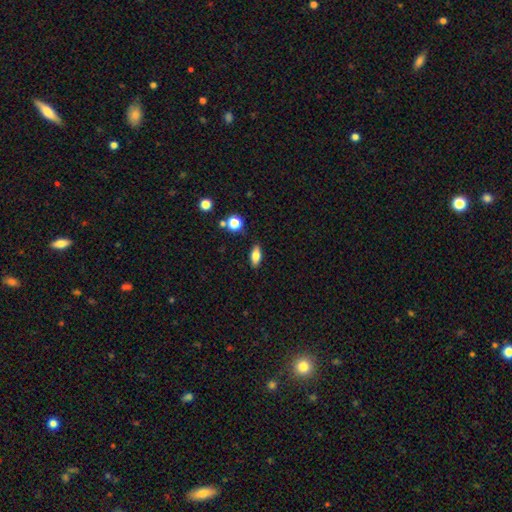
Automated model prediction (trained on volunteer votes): A smooth galaxy with no disk features (75%) that is in between round and cigar-shaped (80%).

Vote fractions:
- Smooth or featured? smooth: 75% / featured or disk: 16% / star or artifact: 9%
- How rounded? in between: 80% / cigar-shaped: 15% / round: 5%
- Merging? none: 85% / minor disturbance: 11% / major disturbance: 2% / merger: 2%